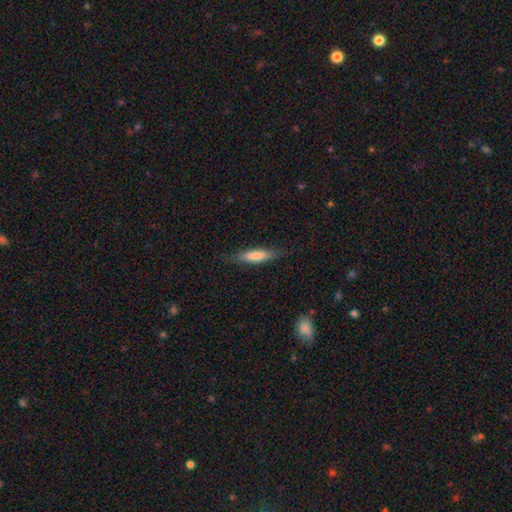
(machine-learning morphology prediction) Smooth or featured? Predicted: smooth (p=0.70). How rounded? Predicted: cigar-shaped (p=0.78). Merging? Predicted: none (p=0.82).